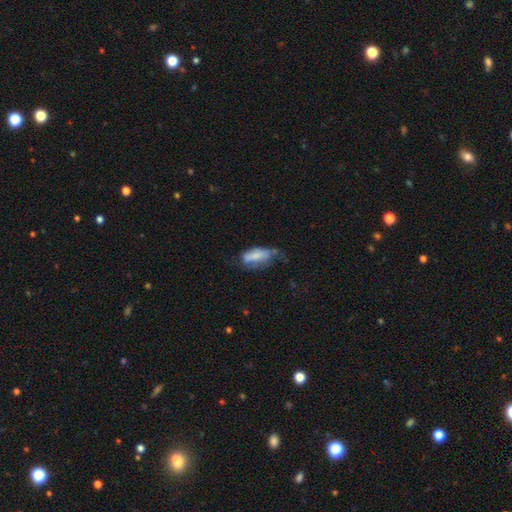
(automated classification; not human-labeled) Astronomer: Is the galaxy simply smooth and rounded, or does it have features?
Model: smooth — 68%.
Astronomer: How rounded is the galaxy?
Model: in between — 82%.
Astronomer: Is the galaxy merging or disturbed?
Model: minor disturbance — 38% (runner-up: major disturbance, 29%).